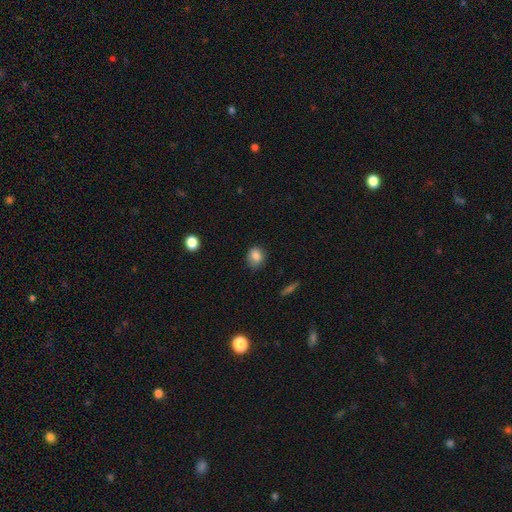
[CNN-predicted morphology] A smooth galaxy with no disk features (84%) that is round (60%).

Vote fractions:
- Smooth or featured? smooth: 84% / star or artifact: 10% / featured or disk: 6%
- How rounded? round: 60% / in between: 38% / cigar-shaped: 1%
- Merging? none: 70% / minor disturbance: 24% / major disturbance: 5% / merger: 1%